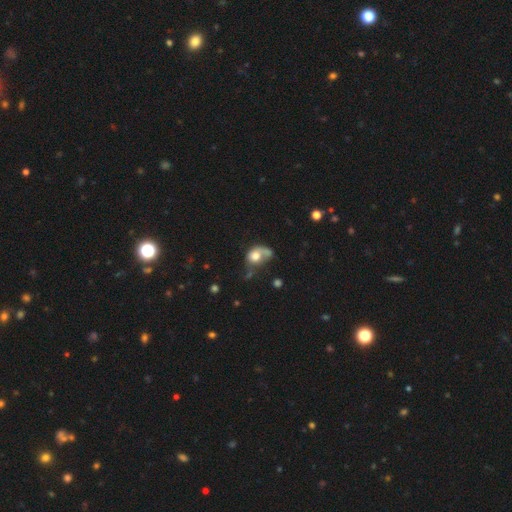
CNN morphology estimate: Smooth or featured? smooth (64%)
How rounded? in between (51%)
Merging? major disturbance (32%)